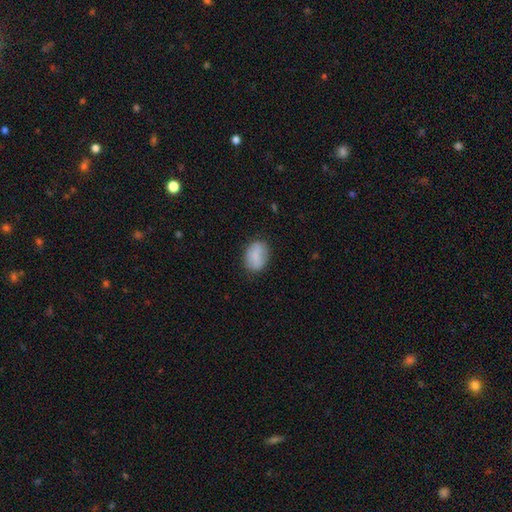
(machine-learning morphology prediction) The model was most divided on "merging": none: 75%, minor disturbance: 19%, major disturbance: 5%, merger: 2%. More confident: smooth or featured — smooth (82%); how rounded — in between (77%).